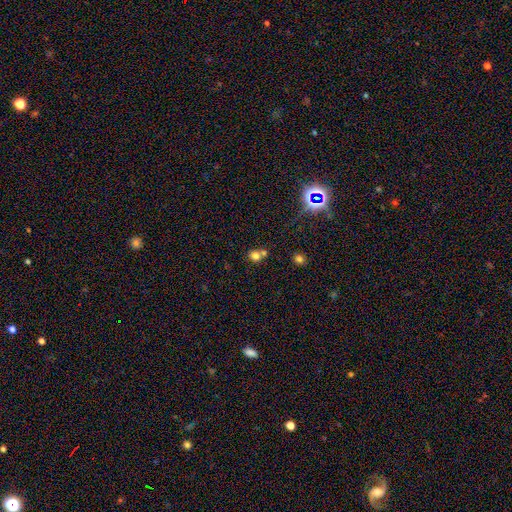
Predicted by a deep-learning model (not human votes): Smooth or featured? smooth (74%)
How rounded? round (74%)
Merging? none (49%)